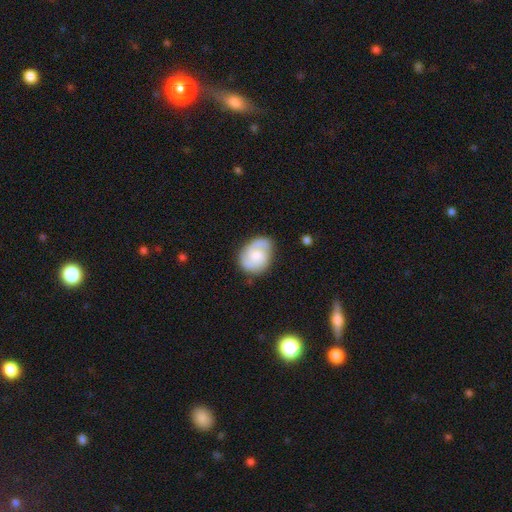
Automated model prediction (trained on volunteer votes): Smooth or featured? Predicted: featured or disk (p=0.65). Edge-on disk? Predicted: no (p=0.98). Bar? Predicted: no (p=0.61). Spiral arms? Predicted: yes (p=0.93). Spiral winding? Predicted: medium (p=0.44). Spiral arm count? Predicted: 2 (p=0.69). Bulge size? Predicted: moderate (p=0.33). Merging? Predicted: none (p=0.70).